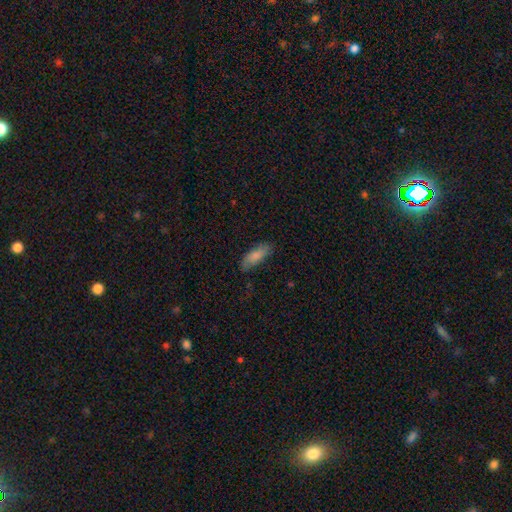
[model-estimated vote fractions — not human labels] Smooth or featured? Predicted: smooth (p=0.82). How rounded? Predicted: in between (p=0.65). Merging? Predicted: none (p=0.75).